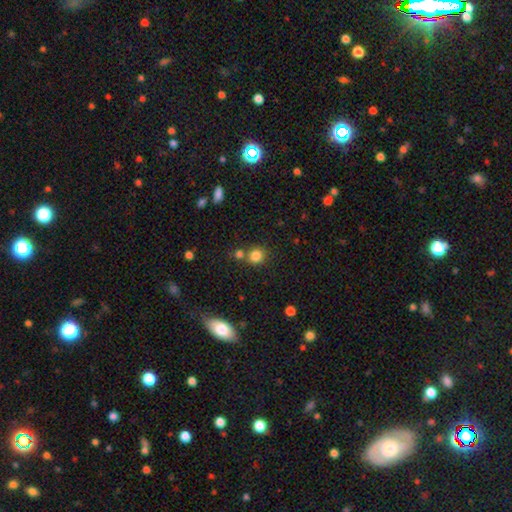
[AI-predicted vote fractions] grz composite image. It shows a smooth galaxy with no disk features (82%) that is round (84%). Merging: none (66%).